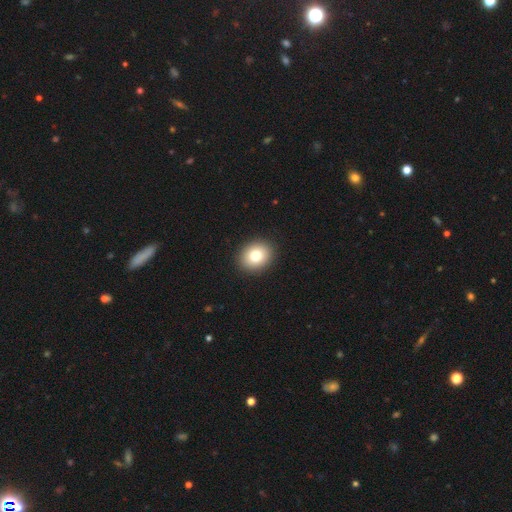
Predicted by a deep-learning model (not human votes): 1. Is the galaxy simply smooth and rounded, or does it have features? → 79% smooth, 11% featured or disk, 10% star or artifact.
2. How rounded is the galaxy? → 60% round, 39% in between, 1% cigar-shaped.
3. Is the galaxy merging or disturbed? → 92% none, 5% minor disturbance, 2% major disturbance, 1% merger.